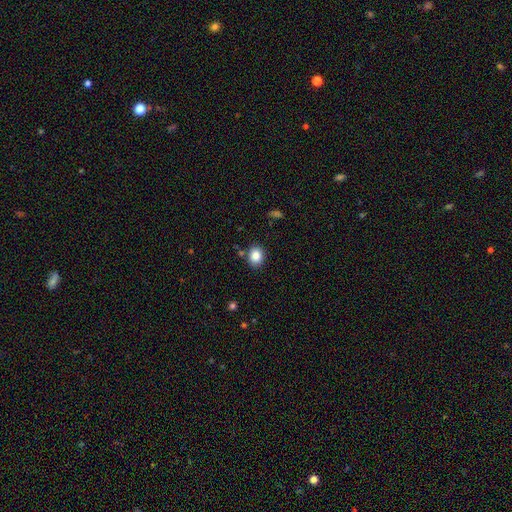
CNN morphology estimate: This is clearly a smooth galaxy (84%). How rounded: likely round (62%). Merging: clearly none (85%).